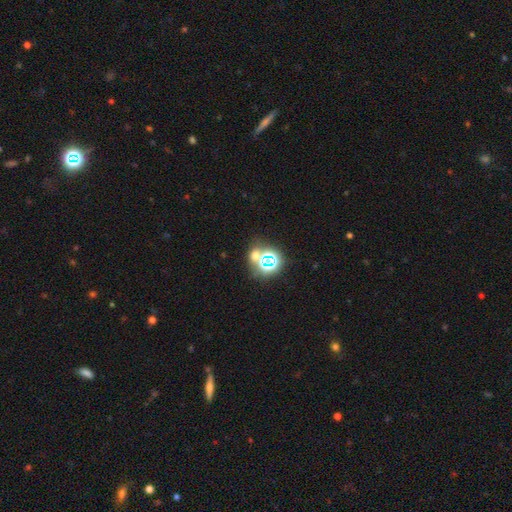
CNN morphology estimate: Smooth or featured? Predicted: star or artifact (p=0.52).